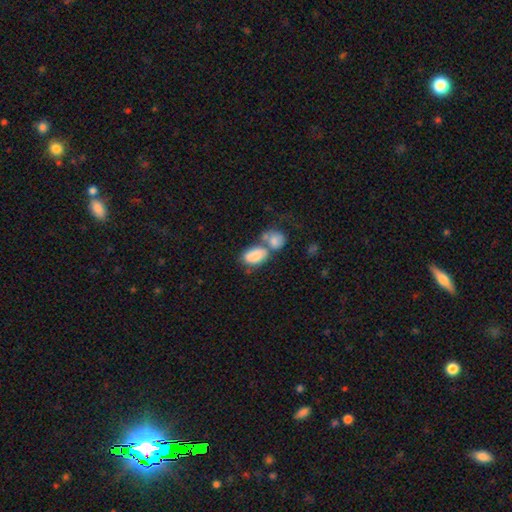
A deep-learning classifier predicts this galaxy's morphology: Q: Smooth or featured?
A: smooth (83%); runner-up: featured or disk (10%)
Q: How rounded?
A: in between (91%); runner-up: round (8%)
Q: Merging?
A: merger (55%); runner-up: none (28%)